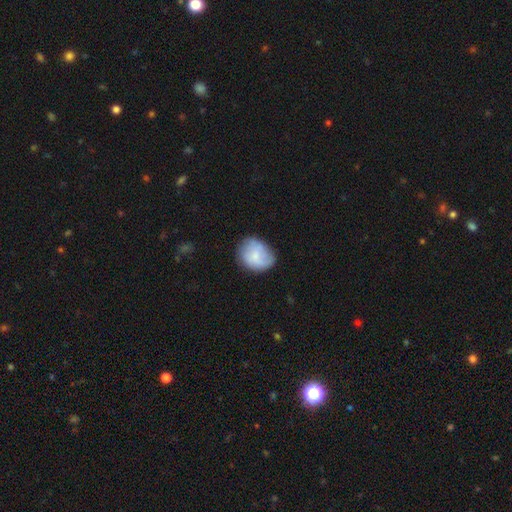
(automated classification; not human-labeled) smooth 69%, featured or disk 24%, star or artifact 7%. Down the decision tree: how rounded — in between (50%); merging — none (61%).